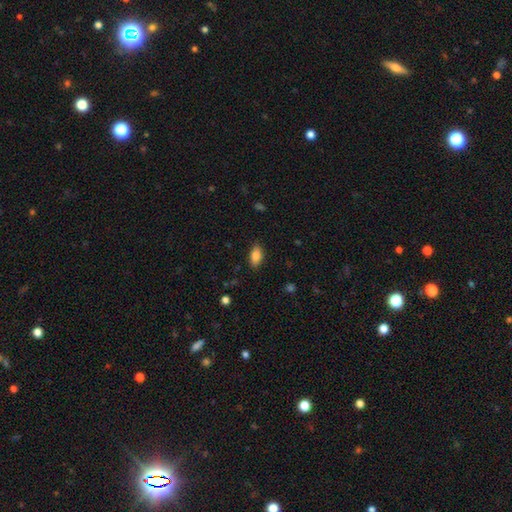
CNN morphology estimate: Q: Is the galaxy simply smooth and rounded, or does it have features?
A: smooth — 85%.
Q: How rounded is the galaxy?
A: in between — 91%.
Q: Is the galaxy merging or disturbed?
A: none — 86%.